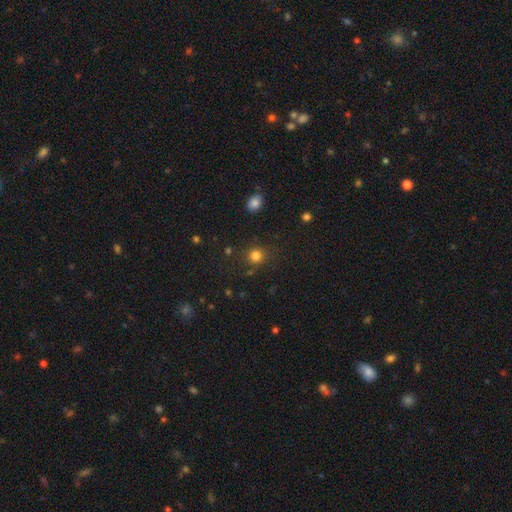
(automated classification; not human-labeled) Smooth or featured: smooth — 81% (star or artifact — 14%)
How rounded: round — 88% (in between — 11%)
Merging: none — 84% (minor disturbance — 9%)